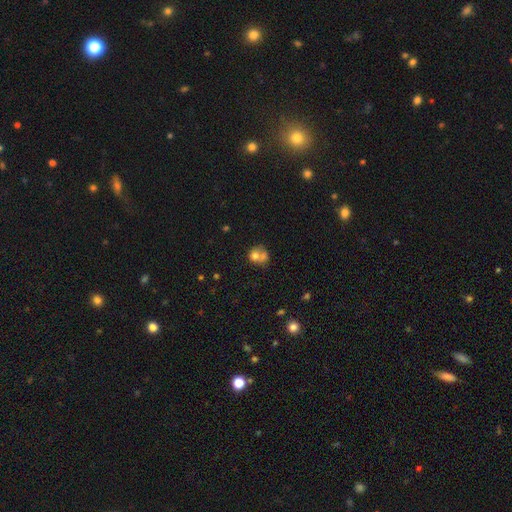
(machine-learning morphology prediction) type=smooth (68%); roundness=round (69%); merging=merger (55%).